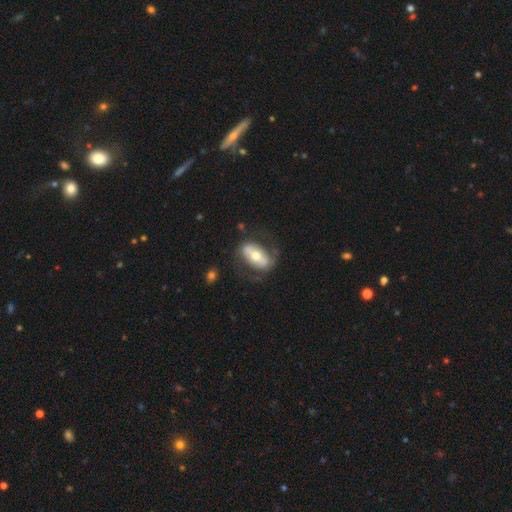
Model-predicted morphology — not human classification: type=featured or disk (51%); edge-on=no (82%); merging=none (66%).